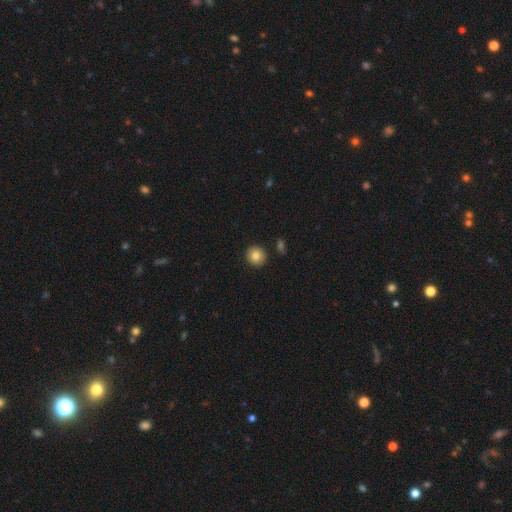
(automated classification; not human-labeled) smooth-or-featured: smooth: 84% | star or artifact: 9% | featured or disk: 7%
  how-rounded: round: 89% | in between: 10% | cigar-shaped: 1%
  merging: none: 90% | minor disturbance: 6% | merger: 2% | major disturbance: 2%